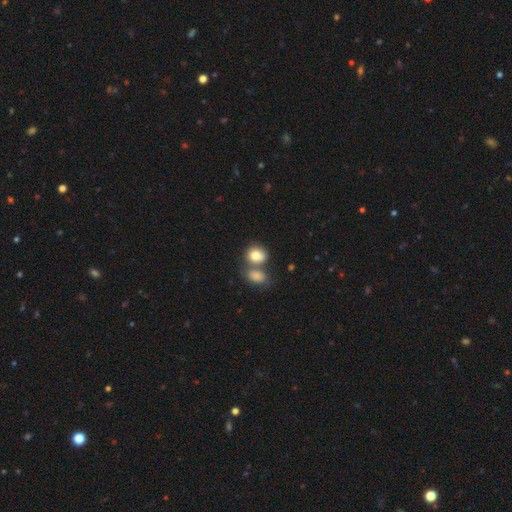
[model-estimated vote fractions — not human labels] A smooth galaxy with no disk features (80%) that is round (62%).

Vote fractions:
- Smooth or featured? smooth: 80% / featured or disk: 11% / star or artifact: 9%
- How rounded? round: 62% / in between: 37% / cigar-shaped: 1%
- Merging? none: 42% (tied) / merger: 42% (tied) / minor disturbance: 12% / major disturbance: 5%